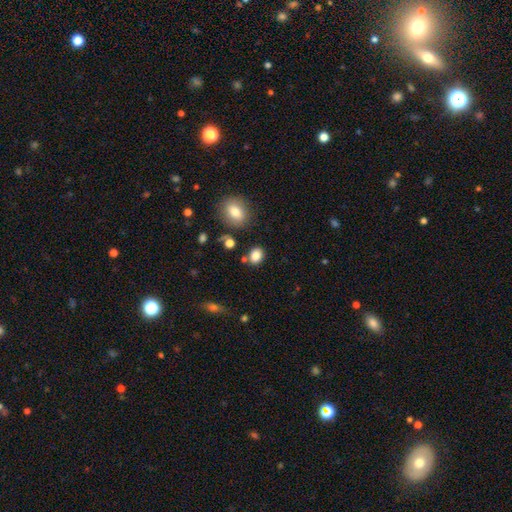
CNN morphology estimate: Smooth or featured? Predicted: smooth (p=0.84). How rounded? Predicted: in between (p=0.55). Merging? Predicted: none (p=0.79).